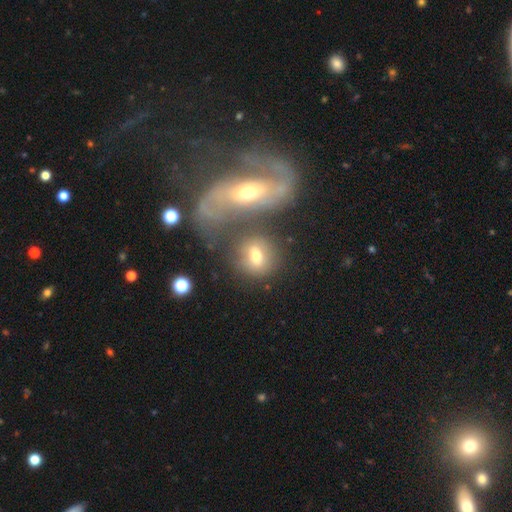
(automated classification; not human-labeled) A smooth galaxy with no disk features (60%) that is round (55%). Merging: none (53%).